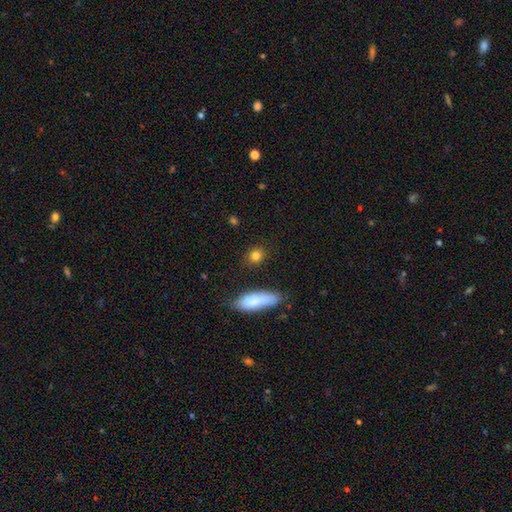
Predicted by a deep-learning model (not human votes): Morphology: type=smooth (83%); roundness=round (66%); merging=none (85%).